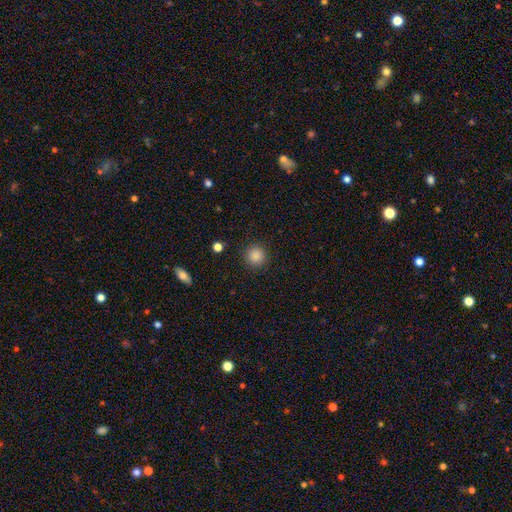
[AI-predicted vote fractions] This is clearly a smooth galaxy (86%). How rounded: clearly round (94%). Merging: clearly none (91%).